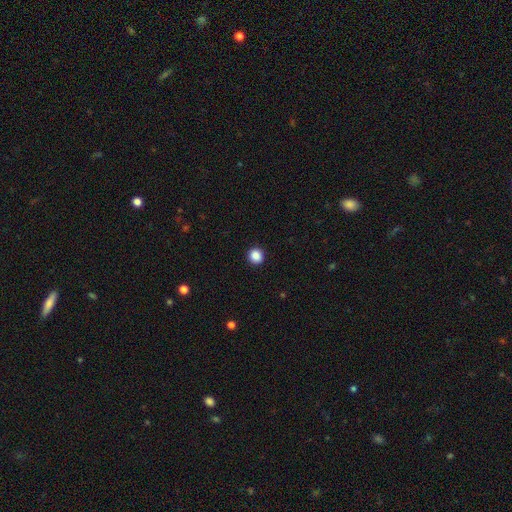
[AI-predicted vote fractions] A smooth galaxy with no disk features (88%) that is round (91%). Merging: none (93%).